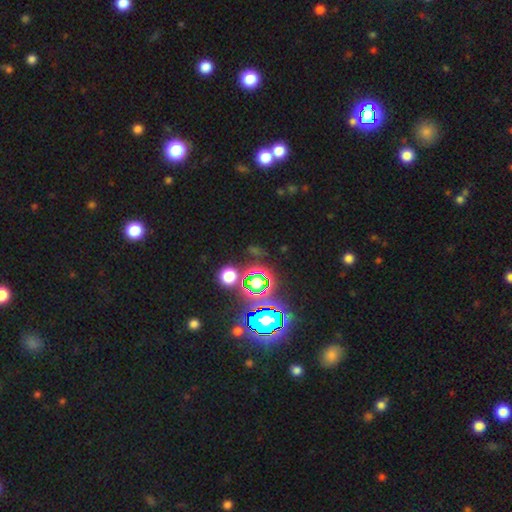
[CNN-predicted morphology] smooth-or-featured: star or artifact: 71% | smooth: 20% | featured or disk: 9%